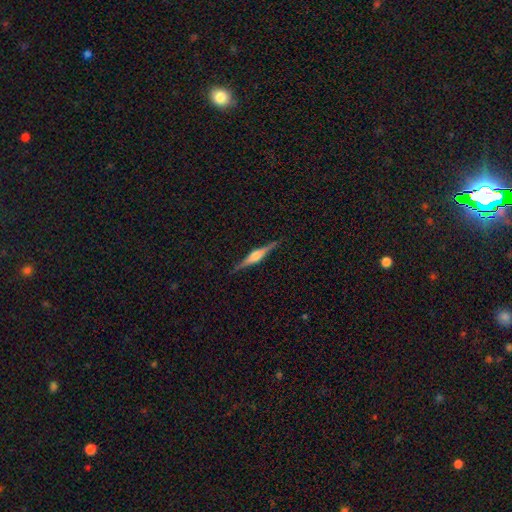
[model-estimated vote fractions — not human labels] smooth-or-featured: featured or disk: 79% | smooth: 15% | star or artifact: 6%
  disk-edge-on: yes: 98% | no: 2%
    edge-on-bulge: rounded: 78% | boxy: 18% | none: 4%
  merging: none: 90% | minor disturbance: 8% | major disturbance: 2% | merger: 1%